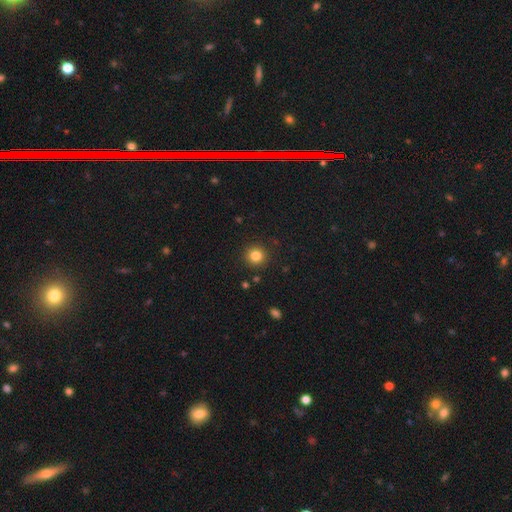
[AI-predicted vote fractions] This appears to be a smooth galaxy with no disk features (83%) that is round (93%). Merging: none (91%).